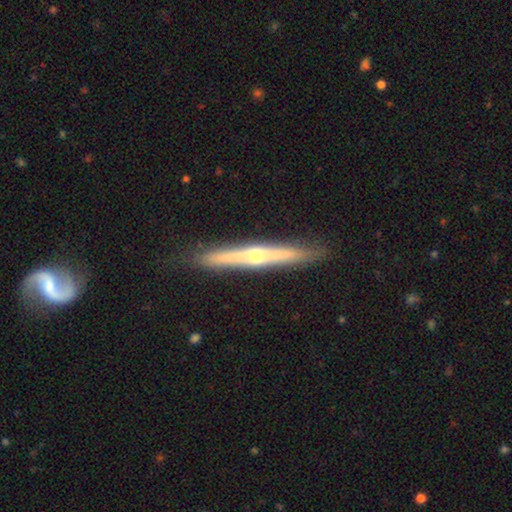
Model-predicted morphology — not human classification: This is likely a featured or disk galaxy (68%). It is clearly viewed edge-on (97%). Edge-on bulge: clearly rounded (82%). Merging: clearly none (90%).